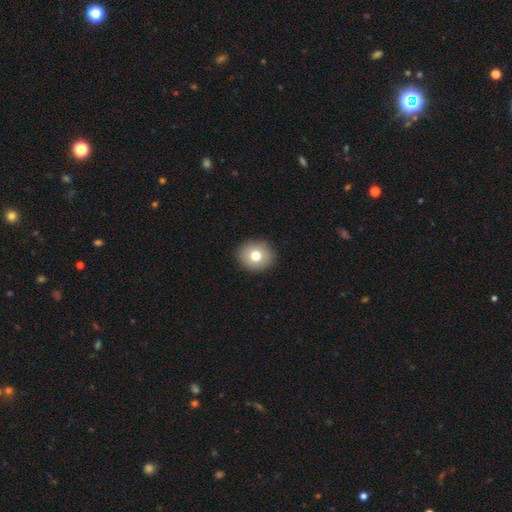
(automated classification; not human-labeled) smooth 76%, featured or disk 14%, star or artifact 10%. Down the decision tree: how rounded — round (82%); merging — none (92%).